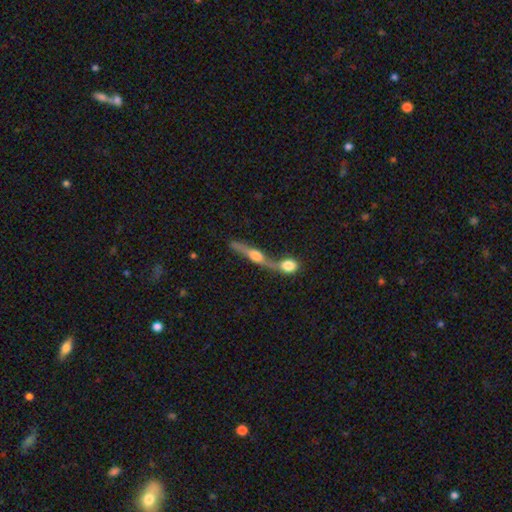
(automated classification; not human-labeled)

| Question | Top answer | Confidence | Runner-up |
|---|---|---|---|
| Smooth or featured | featured or disk | 61% | smooth (30%) |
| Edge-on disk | yes | 80% | no (20%) |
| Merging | merger | 55% | none (32%) |